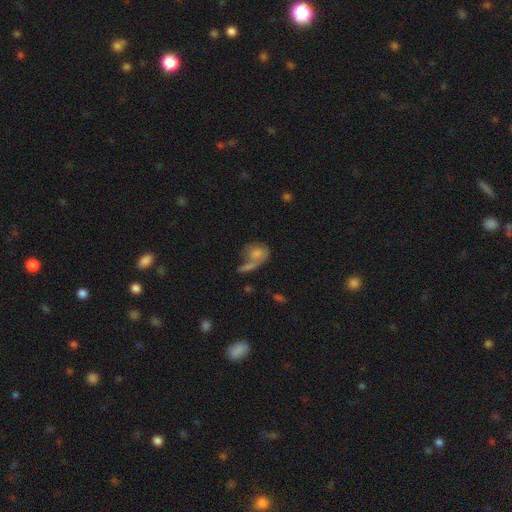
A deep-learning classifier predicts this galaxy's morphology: This is likely a smooth galaxy (63%). How rounded: likely in between (65%). Merging: marginally merger (37%).